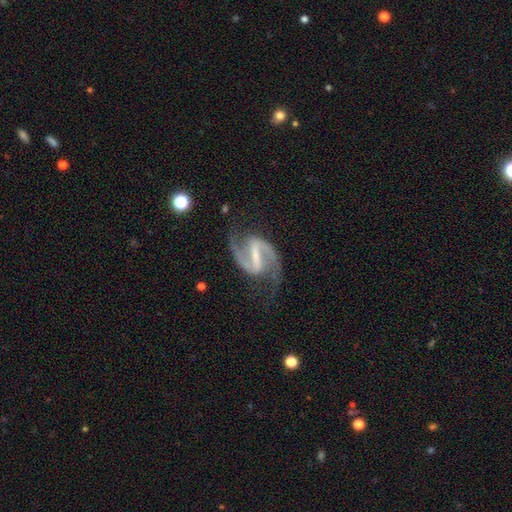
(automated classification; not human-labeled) smooth_or_featured: featured or disk (p=0.93) [alt: star or artifact p=0.04]
disk_edge_on: no (p=0.98) [alt: yes p=0.02]
bar: strong (p=0.72) [alt: weak p=0.22]
has_spiral_arms: yes (p=0.98) [alt: no p=0.02]
spiral_winding: medium (p=0.58) [alt: loose p=0.27]
spiral_arm_count: 2 (p=0.95) [alt: can't tell p=0.01]
bulge_size: none (p=0.40) [tied with: small p=0.40]
merging: none (p=0.79) [alt: minor disturbance p=0.13]